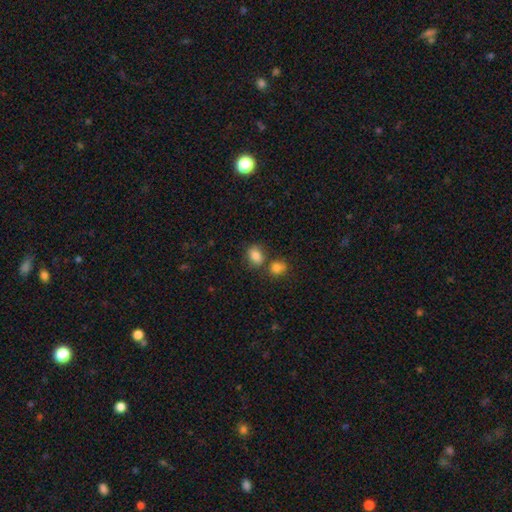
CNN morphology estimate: The model was most divided on "merging": none: 60%, merger: 21%, minor disturbance: 14%, major disturbance: 4%. More confident: smooth or featured — smooth (84%); how rounded — in between (70%).